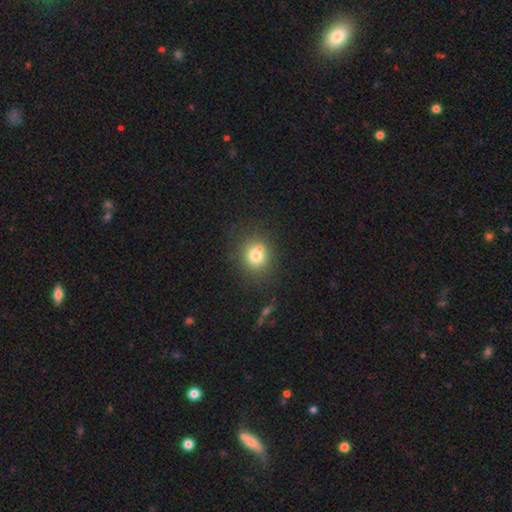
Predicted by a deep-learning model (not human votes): The model was most divided on "merging": none: 62%, merger: 22%, minor disturbance: 12%, major disturbance: 5%. More confident: how rounded — round (79%); smooth or featured — smooth (73%).